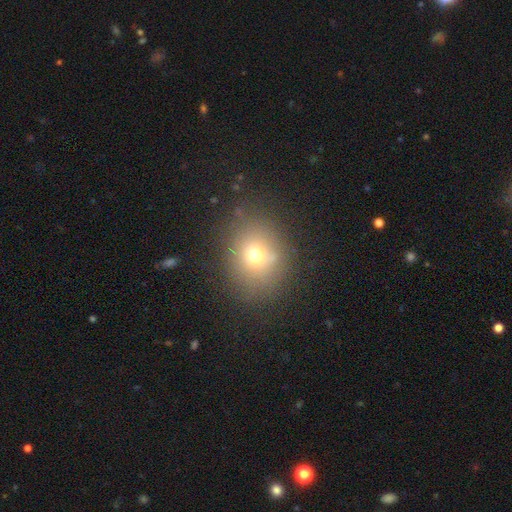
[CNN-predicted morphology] smooth-or-featured: smooth: 67% | star or artifact: 18% | featured or disk: 15%
  how-rounded: round: 63% | in between: 36% | cigar-shaped: 1%
  merging: none: 78% | minor disturbance: 13% | major disturbance: 6% | merger: 3%